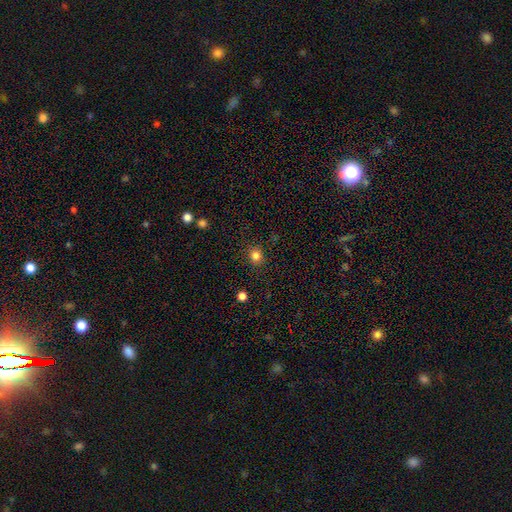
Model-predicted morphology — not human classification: Smooth or featured: smooth — 83% (star or artifact — 13%)
How rounded: round — 81% (in between — 18%)
Merging: none — 89% (minor disturbance — 7%)